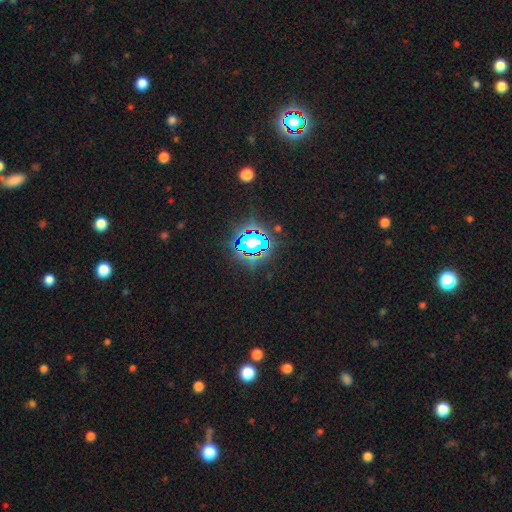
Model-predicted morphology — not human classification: Smooth or featured: star or artifact — 82% (smooth — 11%)